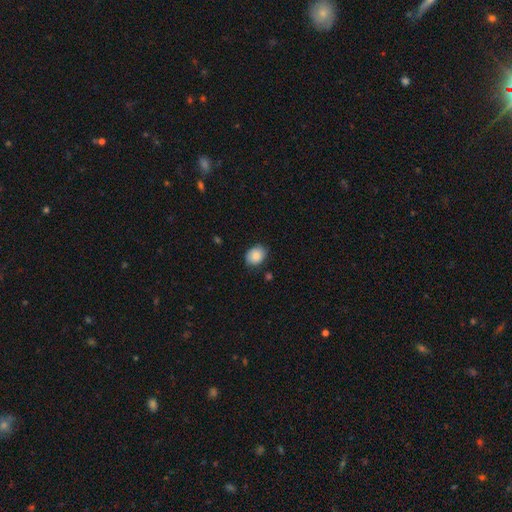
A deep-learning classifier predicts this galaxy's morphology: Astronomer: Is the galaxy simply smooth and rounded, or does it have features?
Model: smooth — 84%.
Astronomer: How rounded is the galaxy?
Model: round — 52% (runner-up: in between, 48%).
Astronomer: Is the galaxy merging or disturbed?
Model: none — 76%.